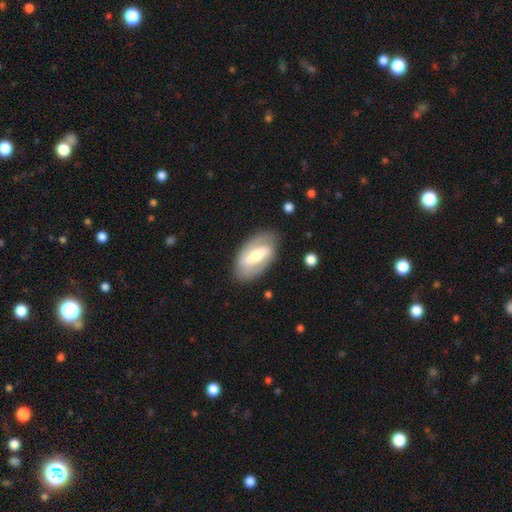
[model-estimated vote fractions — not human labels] This is likely a featured or disk galaxy (67%). It is clearly not viewed edge-on (91%). Bar: likely strong (60%). Spiral arm pattern: likely yes (65%). Central bulge: possibly moderate (55%). Merging: likely none (80%).